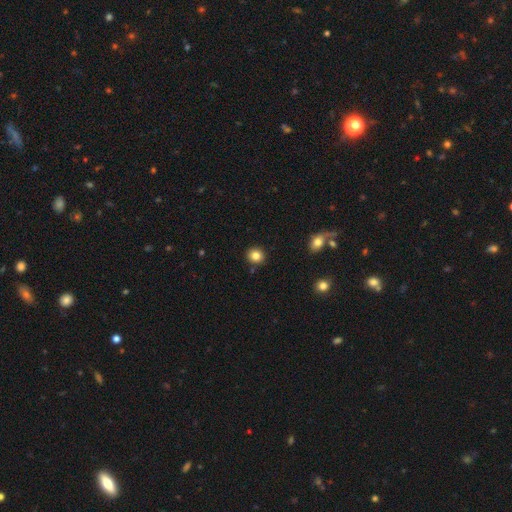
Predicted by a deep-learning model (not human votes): Smooth or featured?
  - smooth: 83% *
  - star or artifact: 11%
  - featured or disk: 6%
How rounded?
  - round: 88% *
  - in between: 11%
  - cigar-shaped: 1%
Merging?
  - none: 89% *
  - minor disturbance: 6%
  - merger: 3%
  - major disturbance: 2%